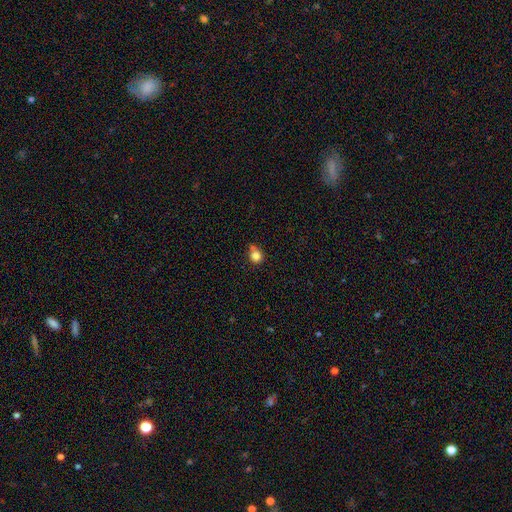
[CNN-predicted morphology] type=smooth (82%); roundness=round (83%); merging=none (59%).